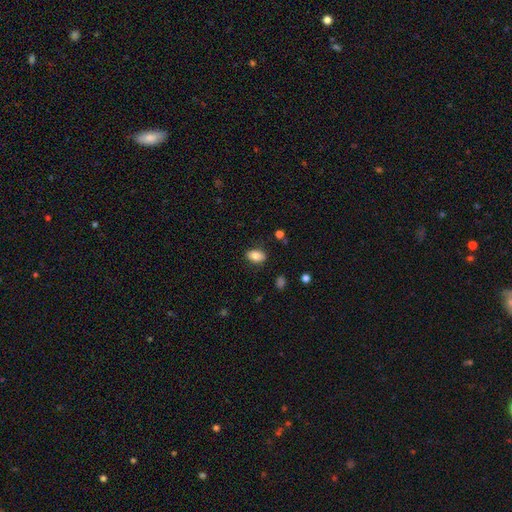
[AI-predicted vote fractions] Q: Smooth or featured?
A: smooth (82%); runner-up: featured or disk (10%)
Q: How rounded?
A: in between (89%); runner-up: round (9%)
Q: Merging?
A: none (85%); runner-up: minor disturbance (11%)